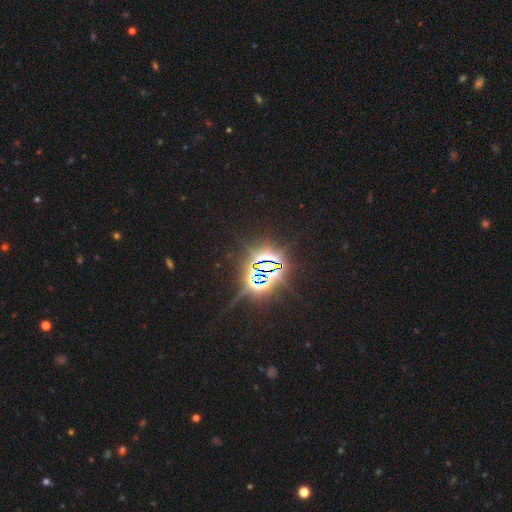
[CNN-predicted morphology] Smooth or featured? Predicted: star or artifact (p=0.86).